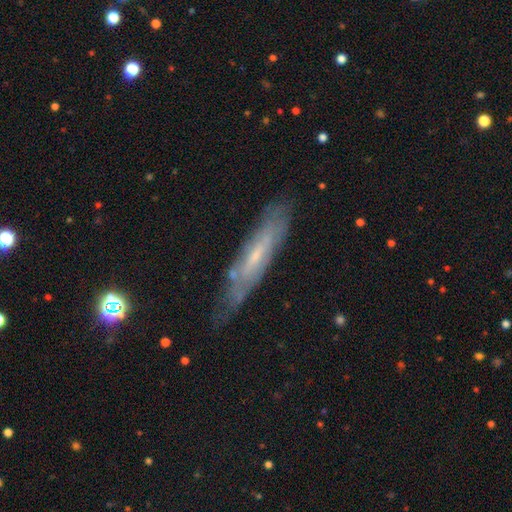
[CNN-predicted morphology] Smooth or featured? Predicted: featured or disk (p=0.61). Edge-on disk? Predicted: yes (p=0.55). Merging? Predicted: none (p=0.67).